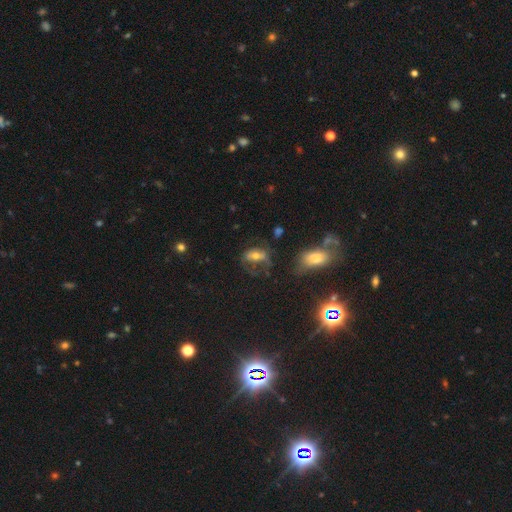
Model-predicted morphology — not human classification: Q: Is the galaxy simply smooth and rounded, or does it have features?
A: smooth — 49%.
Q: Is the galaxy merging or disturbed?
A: none — 37%.